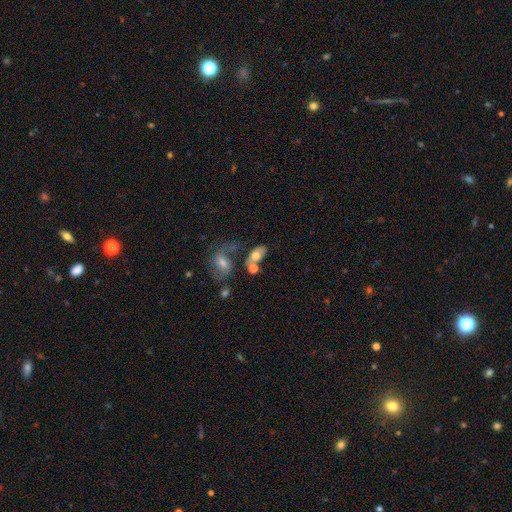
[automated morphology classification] smooth-or-featured: smooth: 67% | featured or disk: 25% | star or artifact: 9%
  how-rounded: in between: 87% | round: 10% | cigar-shaped: 3%
  merging: none: 42% | merger: 32% | minor disturbance: 16% | major disturbance: 10%